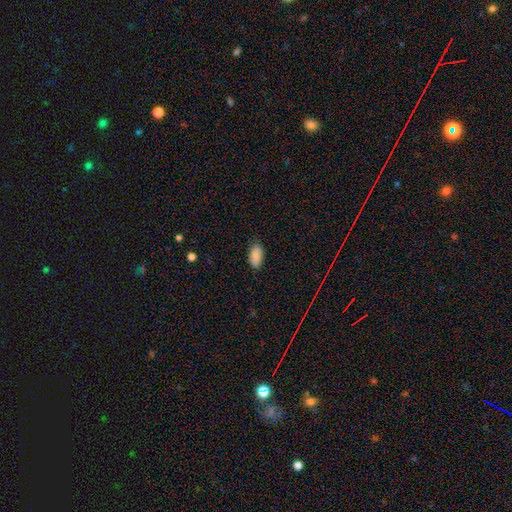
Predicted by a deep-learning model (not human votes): smooth_or_featured: smooth (p=0.88) [alt: star or artifact p=0.07]
how_rounded: in between (p=0.94) [alt: round p=0.03]
merging: none (p=0.80) [alt: minor disturbance p=0.16]